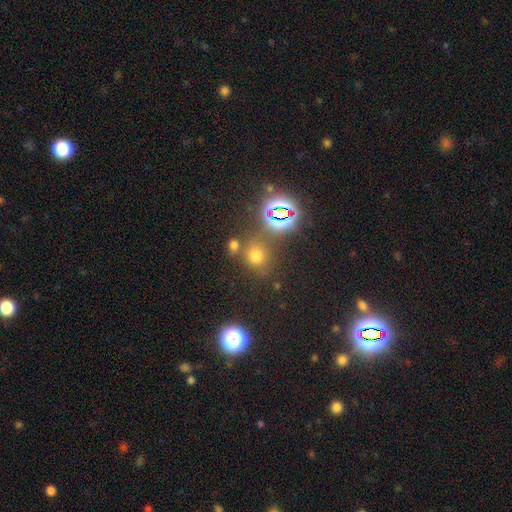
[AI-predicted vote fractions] Q: Smooth or featured?
A: smooth (58%); runner-up: star or artifact (34%)
Q: How rounded?
A: round (80%); runner-up: in between (18%)
Q: Merging?
A: none (70%); runner-up: merger (13%)